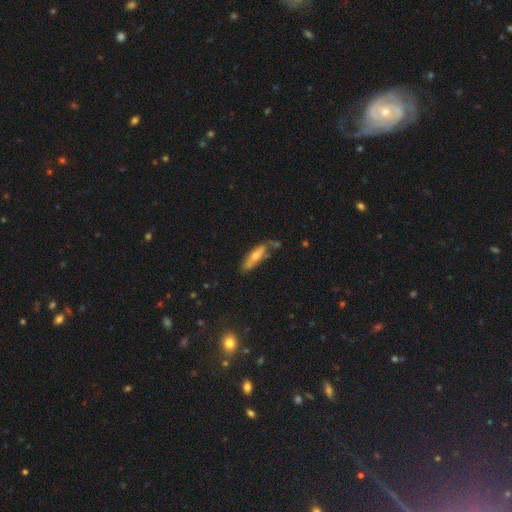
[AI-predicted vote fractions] This appears to be a smooth galaxy with no disk features (52%) that is cigar-shaped (60%). Merging: none (56%).